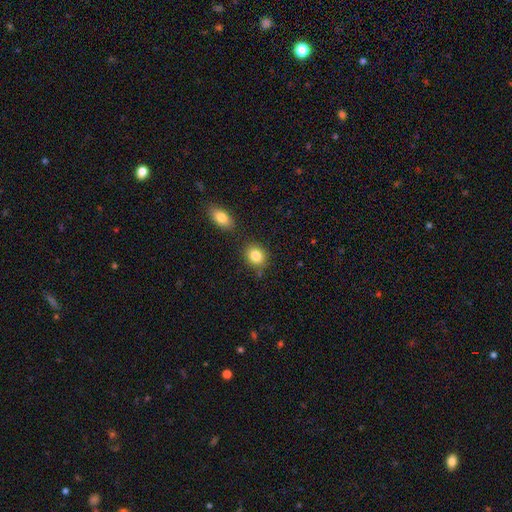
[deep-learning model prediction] A smooth galaxy with no disk features (85%) that is round (66%). Merging: none (78%).